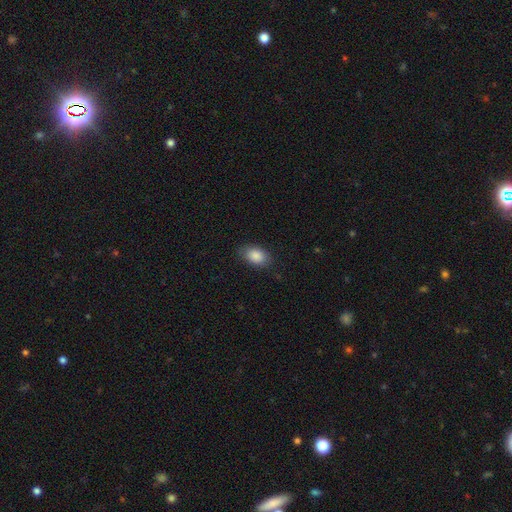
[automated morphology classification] smooth-or-featured: smooth: 88% | star or artifact: 7% | featured or disk: 5%
  how-rounded: in between: 88% | round: 10% | cigar-shaped: 2%
  merging: none: 84% | minor disturbance: 12% | major disturbance: 3% | merger: 1%